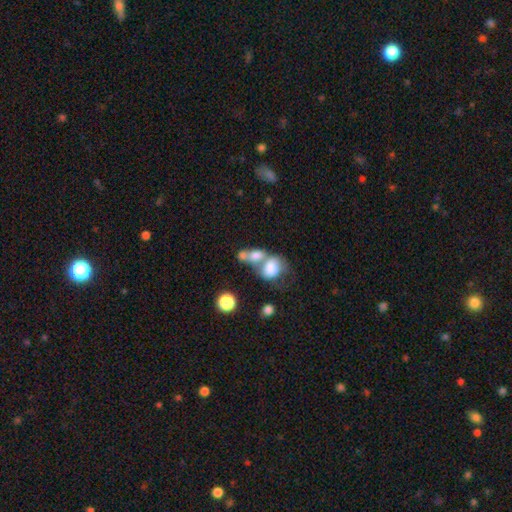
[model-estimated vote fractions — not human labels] smooth_or_featured: smooth (p=0.68) [alt: featured or disk p=0.21]
how_rounded: in between (p=0.69) [alt: round p=0.28]
merging: merger (p=0.69) [alt: none p=0.16]